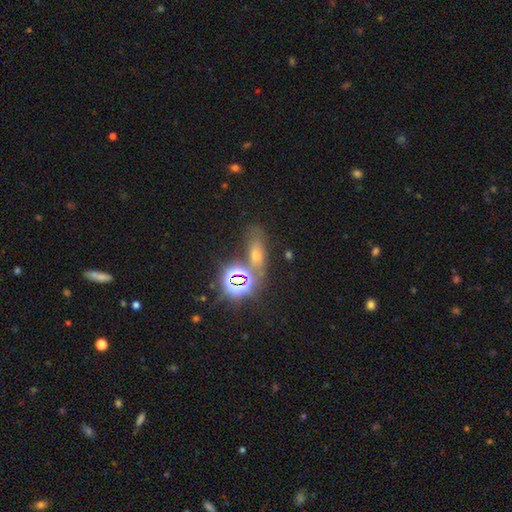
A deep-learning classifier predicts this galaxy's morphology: A star or artifact, not a galaxy (47%).

Vote fractions:
- Smooth or featured? star or artifact: 47% / smooth: 37% / featured or disk: 16%